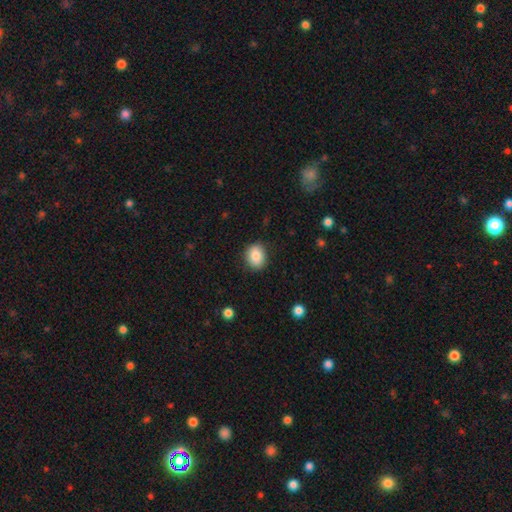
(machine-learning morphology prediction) The model was most divided on "how rounded": round: 56%, in between: 44%, cigar-shaped: 1%. More confident: merging — none (86%); smooth or featured — smooth (85%).